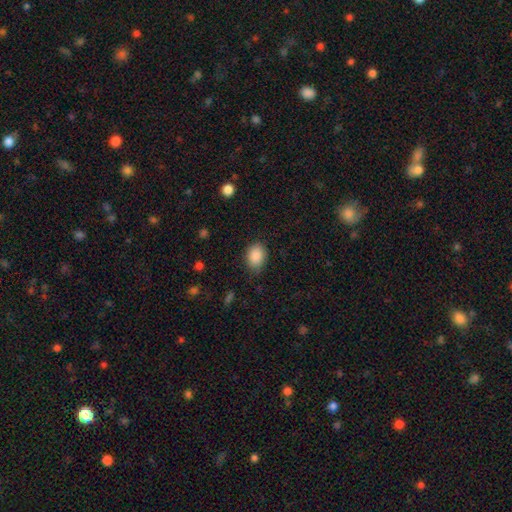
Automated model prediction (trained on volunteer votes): smooth-or-featured: smooth: 88% | star or artifact: 8% | featured or disk: 4%
  how-rounded: in between: 74% | round: 25% | cigar-shaped: 1%
  merging: none: 79% | minor disturbance: 17% | major disturbance: 4% | merger: 1%